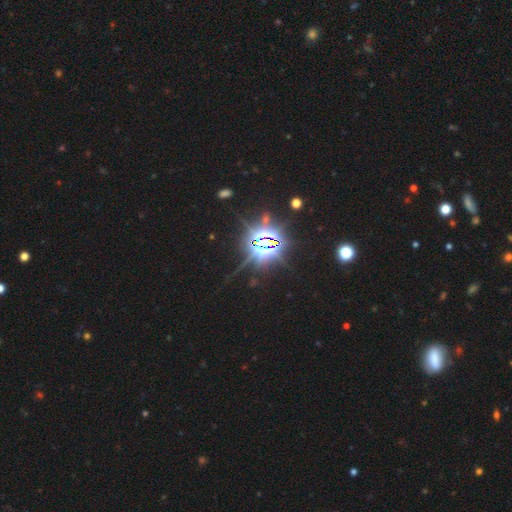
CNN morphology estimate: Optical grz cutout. It shows a star or artifact, not a galaxy (86%).